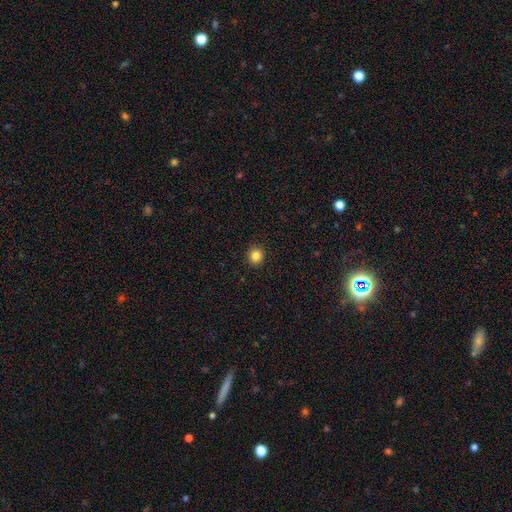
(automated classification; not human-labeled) Smooth or featured? smooth (84%)
How rounded? round (89%)
Merging? none (92%)